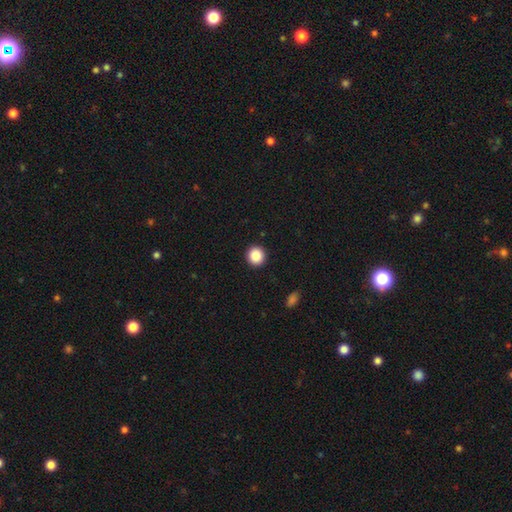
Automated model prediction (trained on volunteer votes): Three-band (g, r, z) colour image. It shows a smooth galaxy with no disk features (87%) that is round (91%). Merging: none (93%).